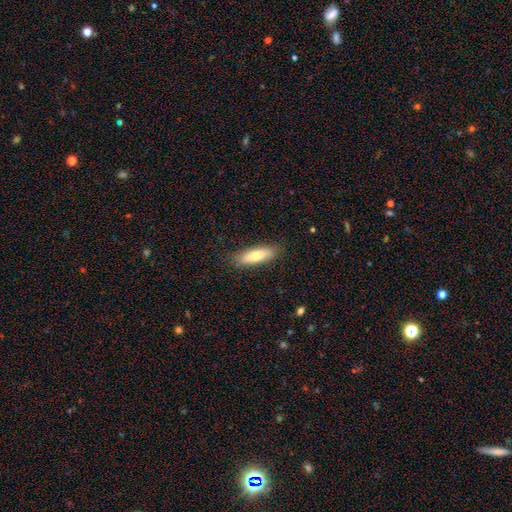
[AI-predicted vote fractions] Smooth or featured: smooth — 75% (featured or disk — 19%)
How rounded: cigar-shaped — 51% (in between — 47%)
Merging: none — 86% (minor disturbance — 11%)